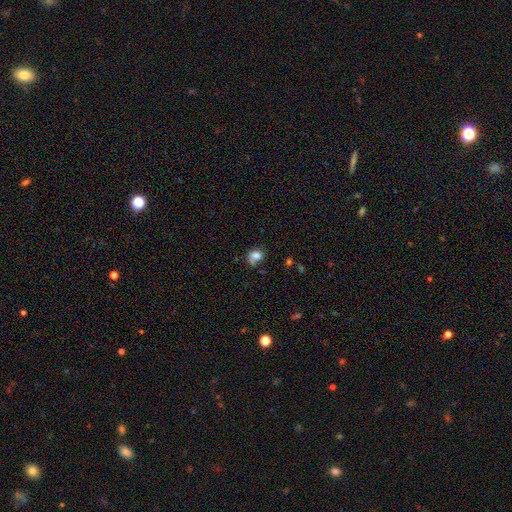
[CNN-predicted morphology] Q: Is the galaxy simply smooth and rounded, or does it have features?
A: smooth — 75%.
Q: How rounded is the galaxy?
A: in between — 51%.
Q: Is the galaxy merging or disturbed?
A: none — 45%.